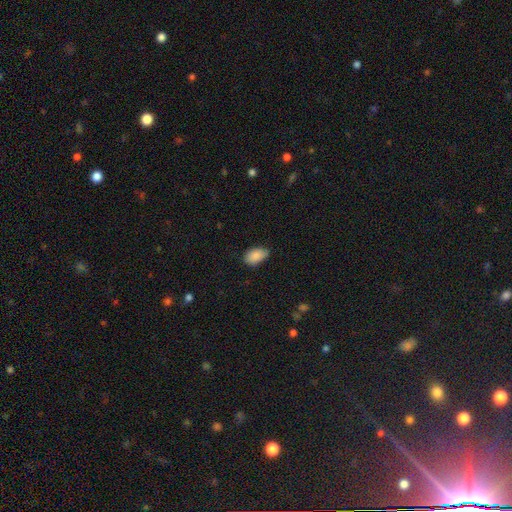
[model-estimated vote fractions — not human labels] Overall: smooth (87%). How rounded: in between (91%). Merging: none (71%).